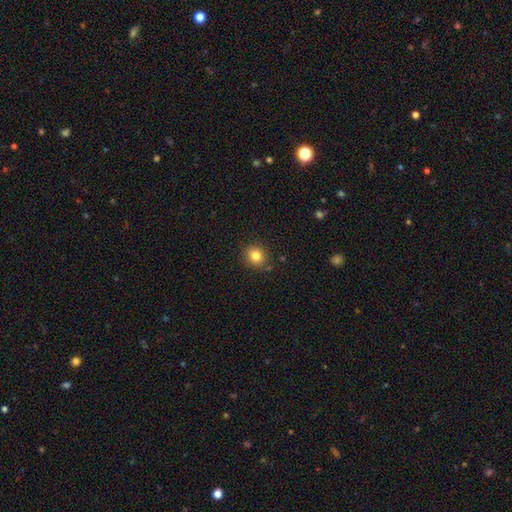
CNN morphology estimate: Q: Smooth or featured?
A: smooth (82%); runner-up: star or artifact (12%)
Q: How rounded?
A: round (86%); runner-up: in between (13%)
Q: Merging?
A: none (87%); runner-up: minor disturbance (8%)